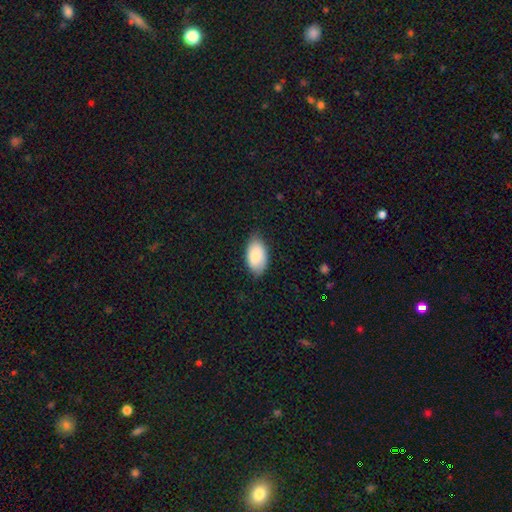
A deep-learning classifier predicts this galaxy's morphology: A smooth galaxy with no disk features (85%) that is in between round and cigar-shaped (94%). Merging: none (76%).